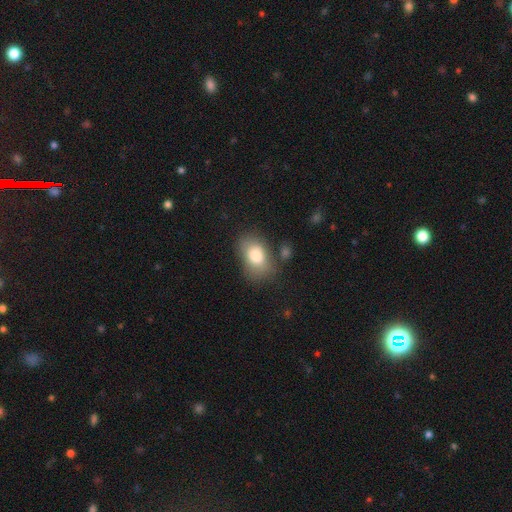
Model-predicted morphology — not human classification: smooth_or_featured: smooth (p=0.80) [alt: featured or disk p=0.12]
how_rounded: in between (p=0.86) [alt: round p=0.13]
merging: none (p=0.61) [alt: minor disturbance p=0.23]